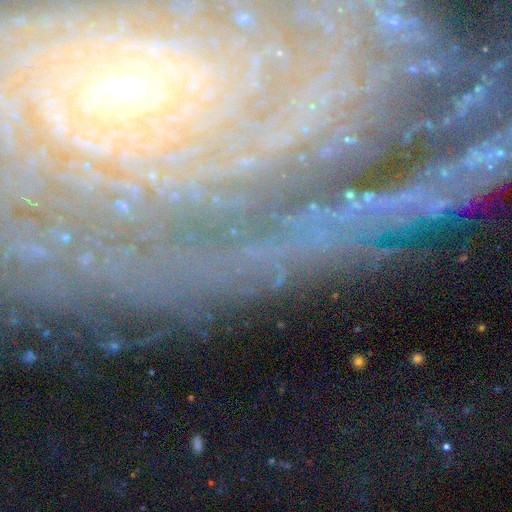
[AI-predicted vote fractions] Smooth or featured? featured or disk (55%)
Edge-on disk? no (81%)
Merging? none (73%)